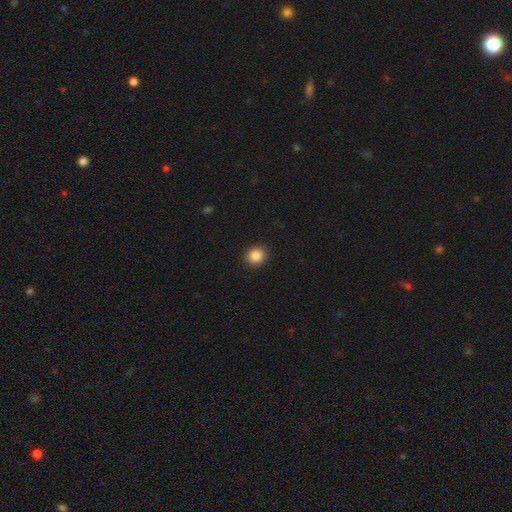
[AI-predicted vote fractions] Smooth or featured? smooth (87%)
How rounded? round (74%)
Merging? none (90%)